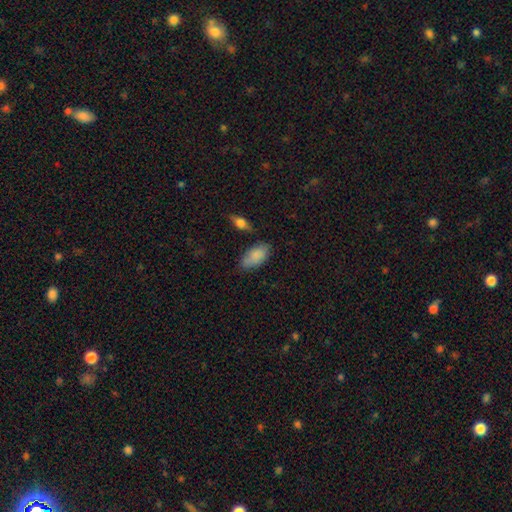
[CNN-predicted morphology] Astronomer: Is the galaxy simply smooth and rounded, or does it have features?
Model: smooth — 84%.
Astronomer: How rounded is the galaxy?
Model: in between — 92%.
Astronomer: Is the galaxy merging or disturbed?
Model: none — 69%.